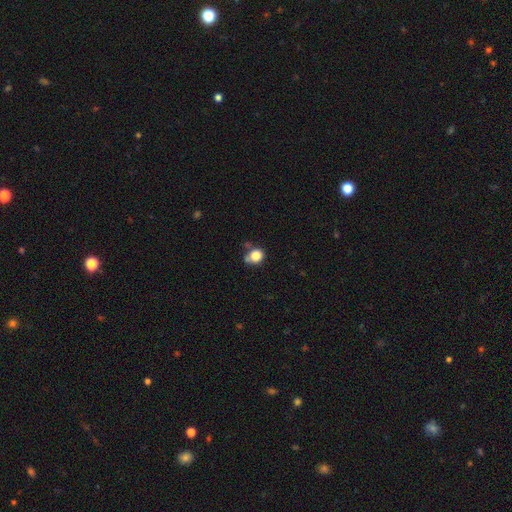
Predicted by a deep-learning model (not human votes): A smooth galaxy with no disk features (82%) that is round (74%). Merging: none (53%).